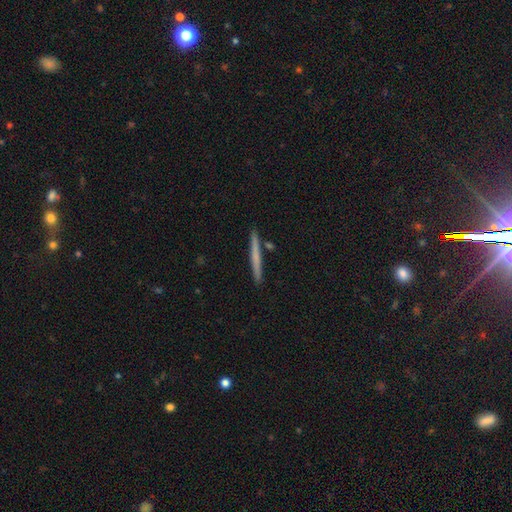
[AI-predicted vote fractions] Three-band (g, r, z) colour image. It shows a smooth galaxy with no disk features (58%) that is cigar-shaped (97%). Merging: none (90%).